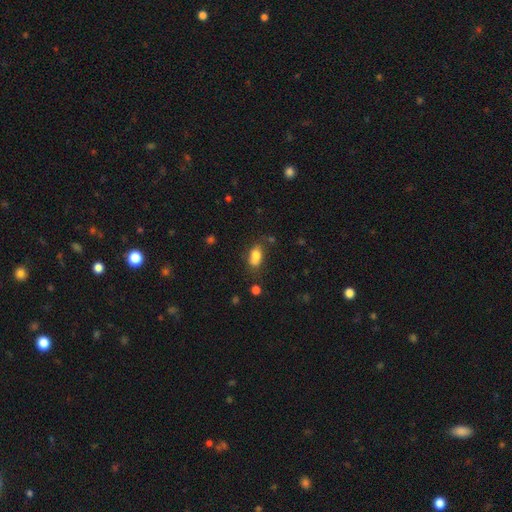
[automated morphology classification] type=smooth (76%); roundness=in between (82%); merging=none (48%).